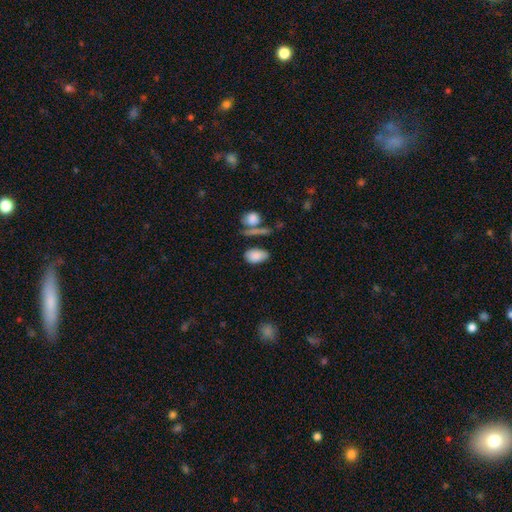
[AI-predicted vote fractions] Q: Smooth or featured?
A: smooth (84%); runner-up: star or artifact (9%)
Q: How rounded?
A: in between (91%); runner-up: round (6%)
Q: Merging?
A: none (59%); runner-up: minor disturbance (17%)